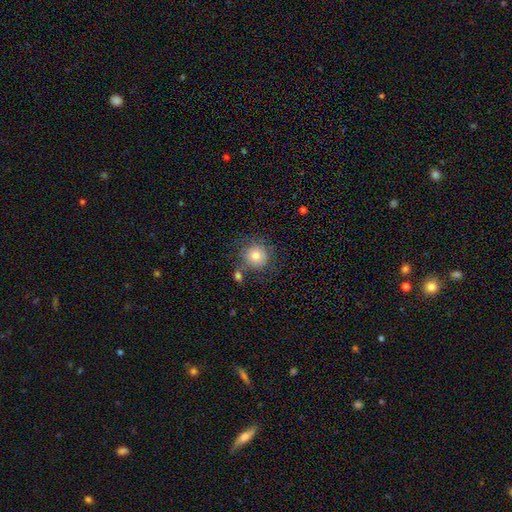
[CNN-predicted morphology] smooth 73%, featured or disk 16%, star or artifact 11%. Down the decision tree: how rounded — round (93%); merging — none (70%).